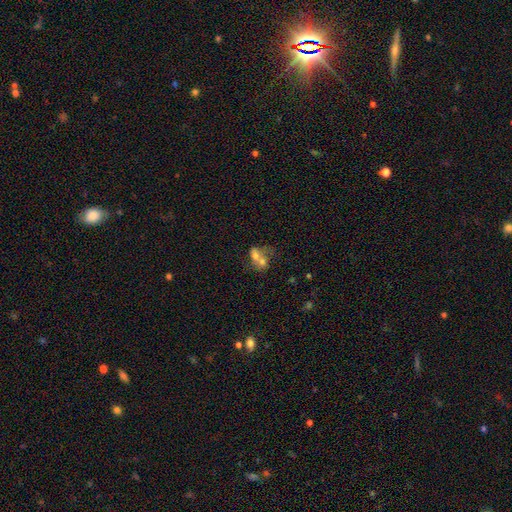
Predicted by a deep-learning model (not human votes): Smooth or featured: smooth — 61% (featured or disk — 28%)
How rounded: in between — 55% (round — 43%)
Merging: merger — 73% (none — 15%)